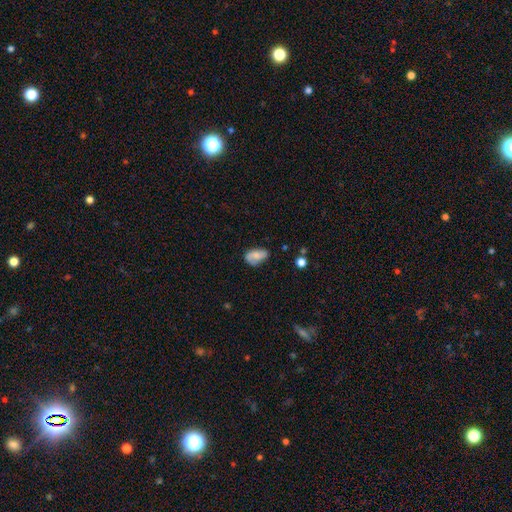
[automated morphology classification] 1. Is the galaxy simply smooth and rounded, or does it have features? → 64% smooth, 28% featured or disk, 9% star or artifact.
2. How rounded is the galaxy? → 90% in between, 7% round, 3% cigar-shaped.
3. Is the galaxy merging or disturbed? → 53% none, 32% minor disturbance, 11% major disturbance, 4% merger.